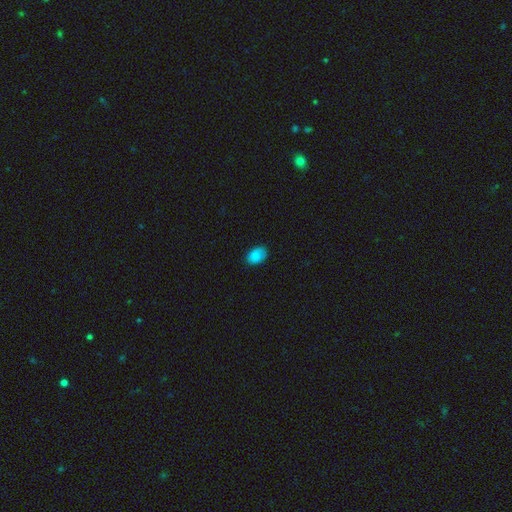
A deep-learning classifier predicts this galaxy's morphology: smooth-or-featured: smooth: 87% | star or artifact: 9% | featured or disk: 5%
  how-rounded: in between: 86% | round: 13% | cigar-shaped: 1%
  merging: none: 80% | minor disturbance: 16% | major disturbance: 3% | merger: 1%